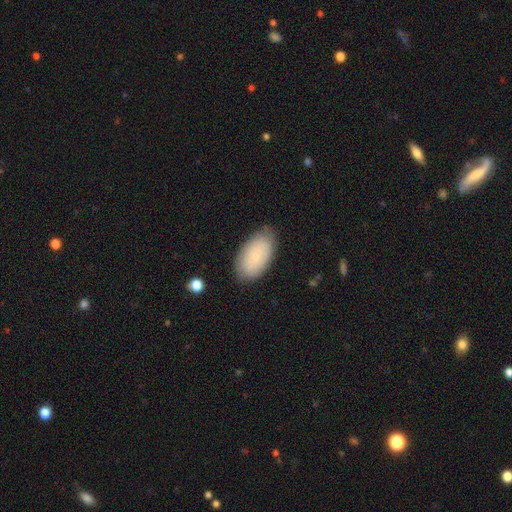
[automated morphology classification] smooth-or-featured: smooth: 75% | featured or disk: 19% | star or artifact: 7%
  how-rounded: in between: 95% | round: 4% | cigar-shaped: 2%
  merging: none: 79% | minor disturbance: 16% | major disturbance: 3% | merger: 1%